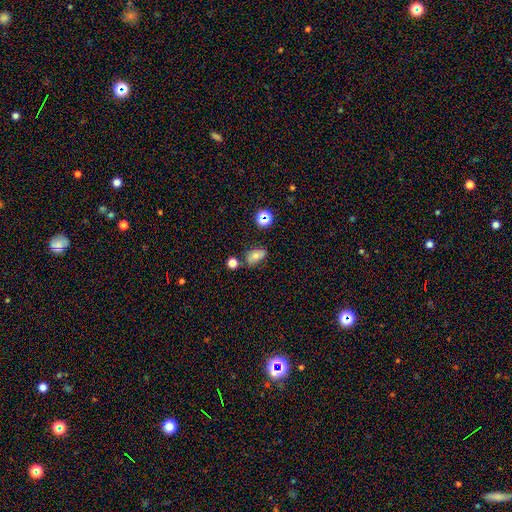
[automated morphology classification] Smooth or featured: smooth — 65% (featured or disk — 19%)
How rounded: in between — 81% (round — 16%)
Merging: none — 61% (minor disturbance — 24%)